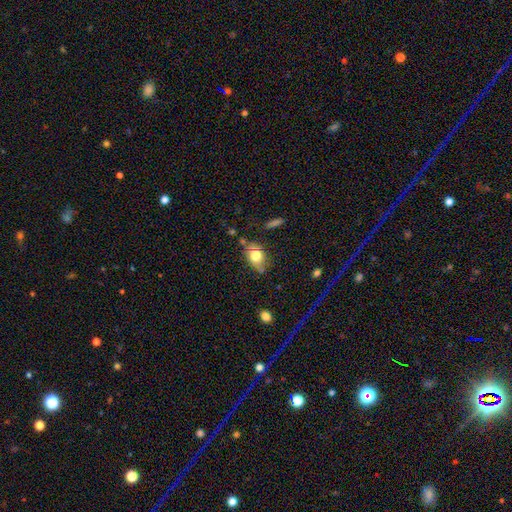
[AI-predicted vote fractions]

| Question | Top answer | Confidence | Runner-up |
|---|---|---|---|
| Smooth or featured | smooth | 74% | featured or disk (18%) |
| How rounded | in between | 73% | round (24%) |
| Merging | none | 64% | minor disturbance (23%) |